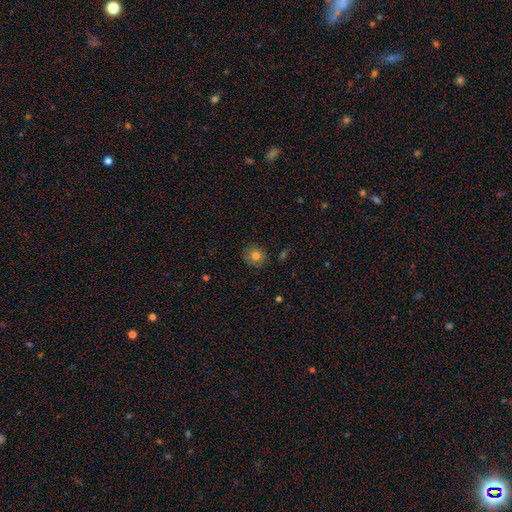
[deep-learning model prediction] Smooth or featured? Predicted: smooth (p=0.78). How rounded? Predicted: round (p=0.81). Merging? Predicted: none (p=0.85).